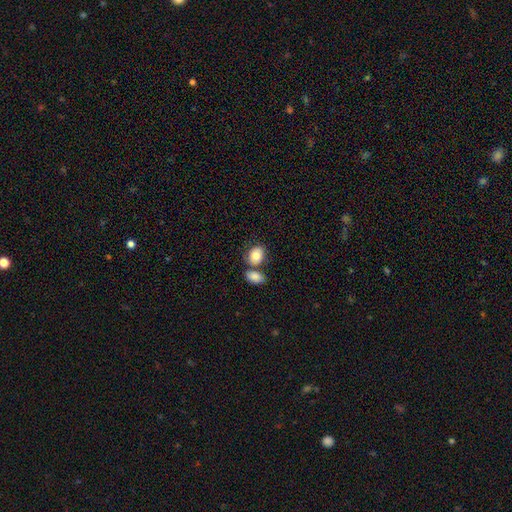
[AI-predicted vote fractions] Q: Smooth or featured?
A: smooth (81%); runner-up: featured or disk (11%)
Q: How rounded?
A: in between (66%); runner-up: round (32%)
Q: Merging?
A: none (50%); runner-up: merger (32%)